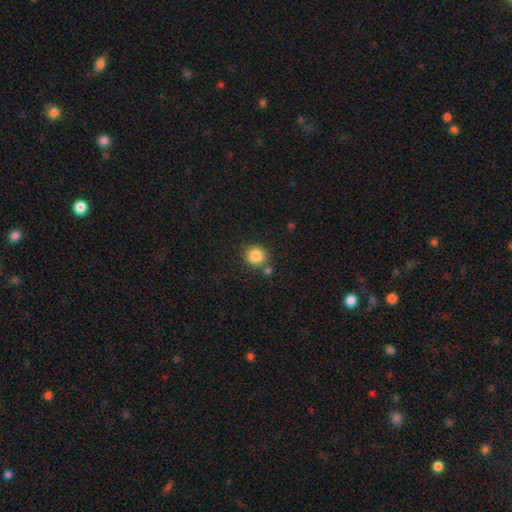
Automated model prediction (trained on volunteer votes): Smooth or featured? smooth (86%)
How rounded? round (91%)
Merging? none (78%)